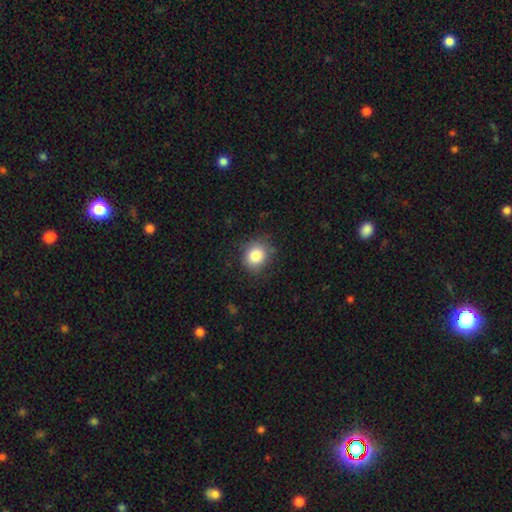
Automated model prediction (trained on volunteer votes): Smooth or featured: smooth — 84% (star or artifact — 9%)
How rounded: round — 75% (in between — 24%)
Merging: none — 77% (minor disturbance — 17%)